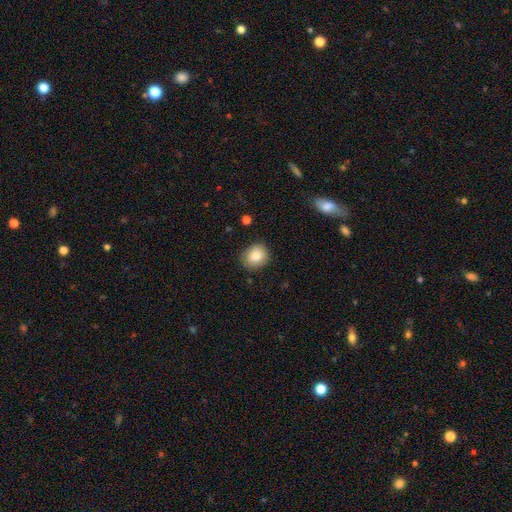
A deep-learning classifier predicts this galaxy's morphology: smooth-or-featured: smooth: 84% | star or artifact: 8% | featured or disk: 8%
  how-rounded: round: 76% | in between: 24% | cigar-shaped: 1%
  merging: none: 82% | minor disturbance: 14% | major disturbance: 3% | merger: 1%